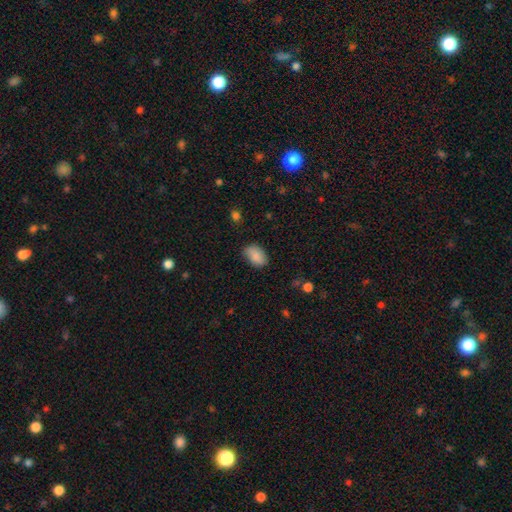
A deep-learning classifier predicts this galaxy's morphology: smooth 87%, star or artifact 7%, featured or disk 6%. Down the decision tree: how rounded — in between (89%); merging — none (77%).